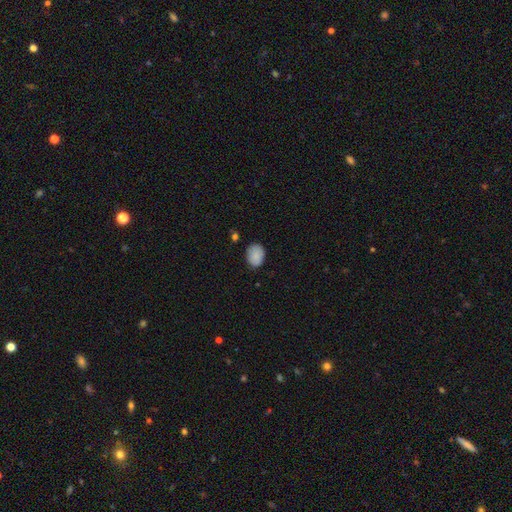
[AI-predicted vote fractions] Smooth or featured? Predicted: smooth (p=0.84). How rounded? Predicted: in between (p=0.69). Merging? Predicted: none (p=0.77).